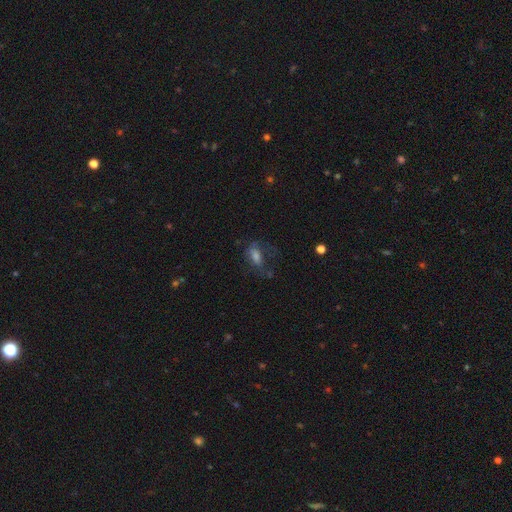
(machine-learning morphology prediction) smooth 45%, featured or disk 32%, star or artifact 23%. Down the decision tree: merging — none (48%).